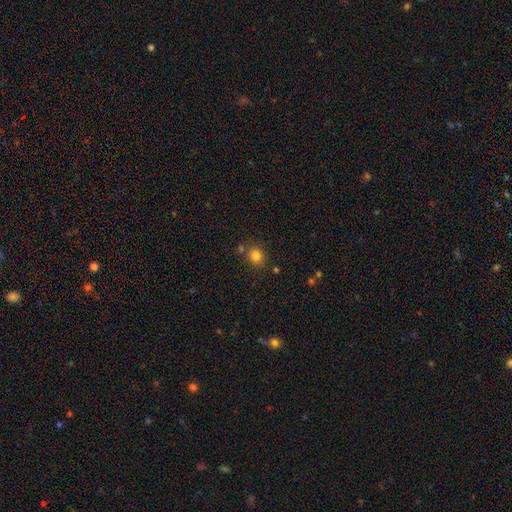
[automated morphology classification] Smooth or featured?
  - smooth: 81% *
  - star or artifact: 13%
  - featured or disk: 6%
How rounded?
  - round: 76% *
  - in between: 23%
  - cigar-shaped: 1%
Merging?
  - none: 79% *
  - minor disturbance: 10%
  - merger: 9%
  - major disturbance: 3%